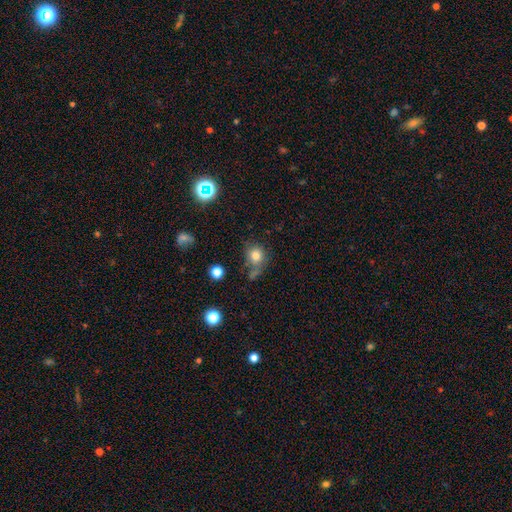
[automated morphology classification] Smooth or featured? smooth (79%)
How rounded? round (77%)
Merging? none (59%)